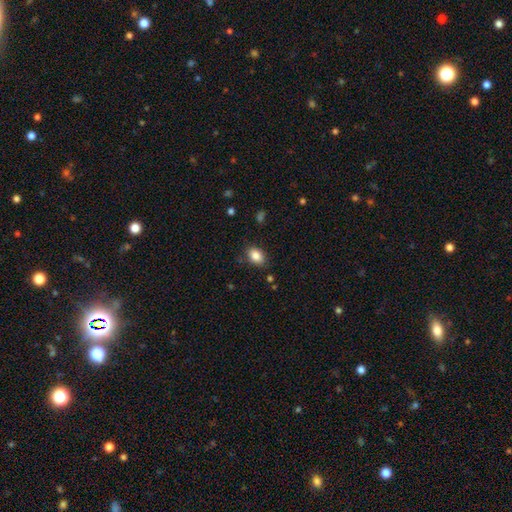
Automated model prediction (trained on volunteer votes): This is clearly a smooth galaxy (85%). How rounded: clearly in between (81%). Merging: clearly none (84%).